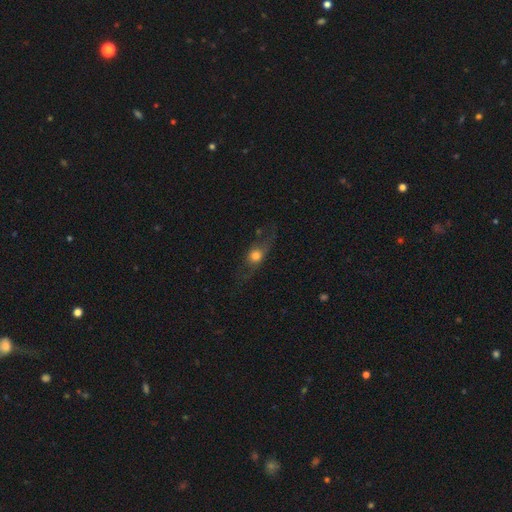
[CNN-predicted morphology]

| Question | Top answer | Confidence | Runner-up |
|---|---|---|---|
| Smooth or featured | smooth | 49% | featured or disk (40%) |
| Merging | none | 58% | minor disturbance (20%) |